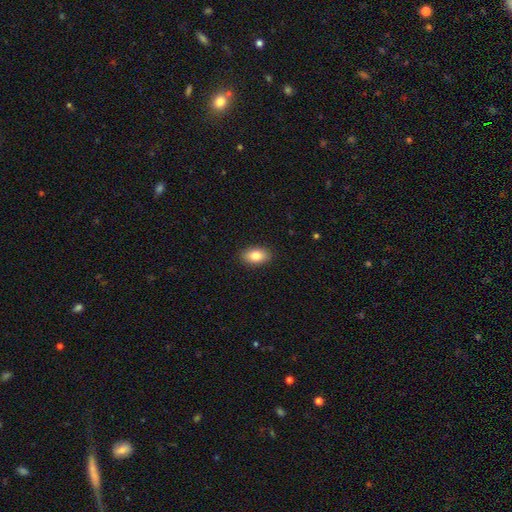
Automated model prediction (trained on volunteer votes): Smooth or featured? smooth (83%)
How rounded? in between (90%)
Merging? none (90%)